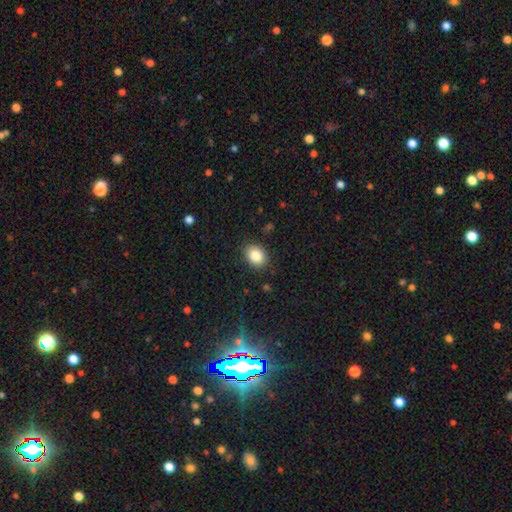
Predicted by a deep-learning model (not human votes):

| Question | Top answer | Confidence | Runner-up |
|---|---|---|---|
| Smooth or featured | smooth | 85% | star or artifact (9%) |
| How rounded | in between | 58% | round (41%) |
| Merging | none | 88% | minor disturbance (9%) |